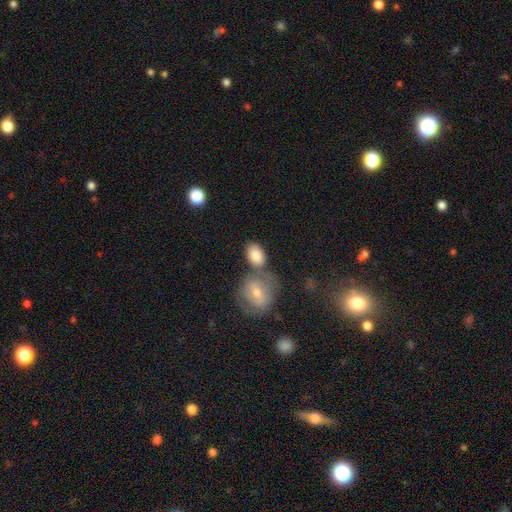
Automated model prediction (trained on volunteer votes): This appears to be a smooth galaxy with no disk features (81%) that is in between round and cigar-shaped (81%). Merging: none (50%).